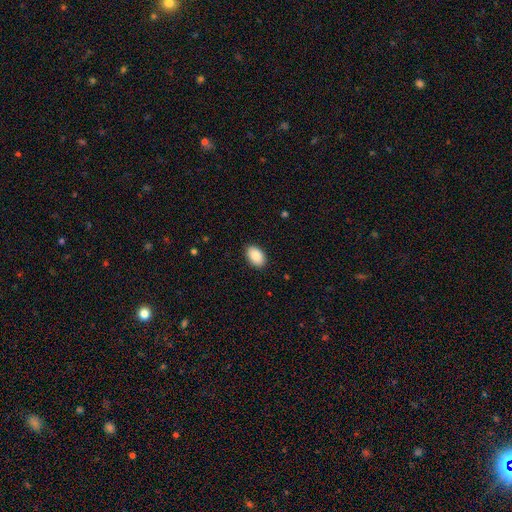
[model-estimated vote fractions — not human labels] smooth-or-featured: smooth: 89% | star or artifact: 7% | featured or disk: 4%
  how-rounded: in between: 91% | round: 8% | cigar-shaped: 1%
  merging: none: 89% | minor disturbance: 8% | major disturbance: 2% | merger: 1%